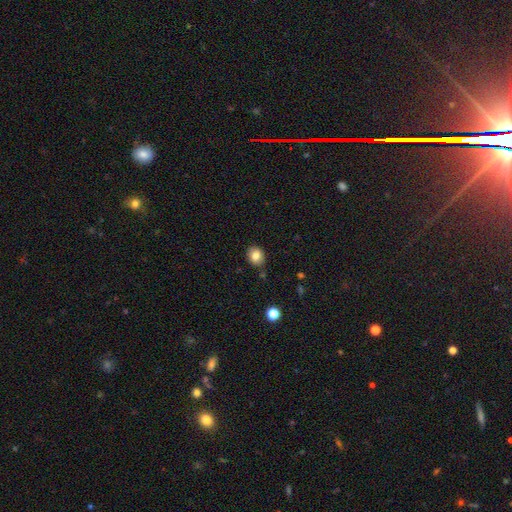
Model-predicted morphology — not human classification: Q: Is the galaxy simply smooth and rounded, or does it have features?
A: smooth — 82%.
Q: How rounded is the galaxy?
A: round — 58%.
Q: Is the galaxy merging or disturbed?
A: none — 83%.